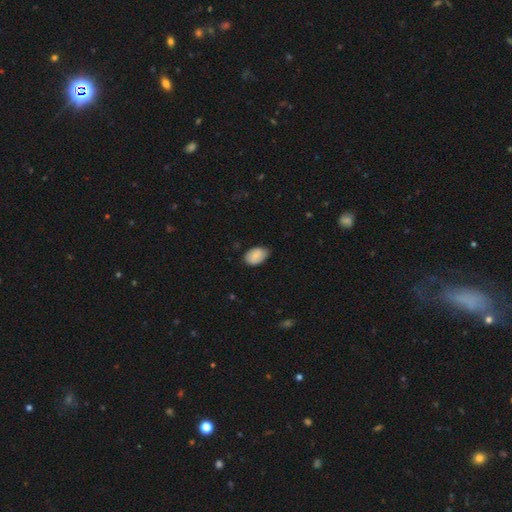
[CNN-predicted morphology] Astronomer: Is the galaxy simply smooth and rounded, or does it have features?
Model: smooth — 82%.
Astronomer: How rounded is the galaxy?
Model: in between — 91%.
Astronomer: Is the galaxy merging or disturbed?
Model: none — 75%.